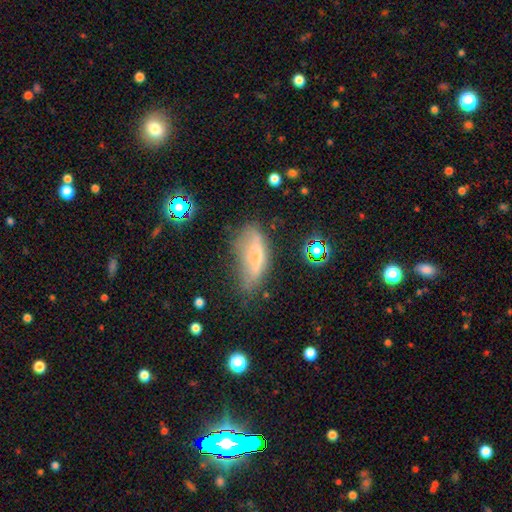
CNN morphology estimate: The model was most divided on "merging": none: 41%, minor disturbance: 33%, major disturbance: 21%, merger: 5%. More confident: how rounded — in between (64%); smooth or featured — smooth (54%).